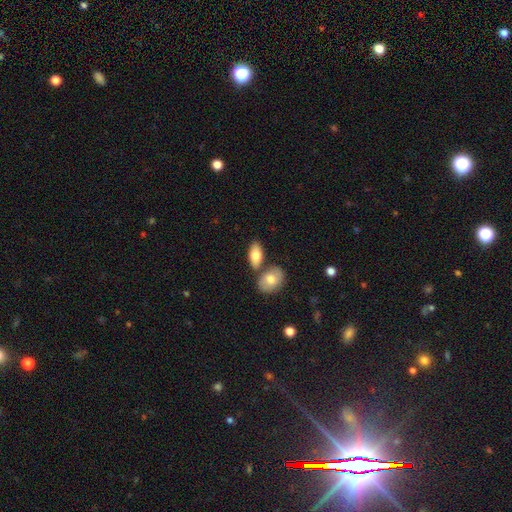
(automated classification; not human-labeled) Smooth or featured: smooth — 76% (featured or disk — 18%)
How rounded: in between — 91% (cigar-shaped — 4%)
Merging: none — 60% (merger — 26%)